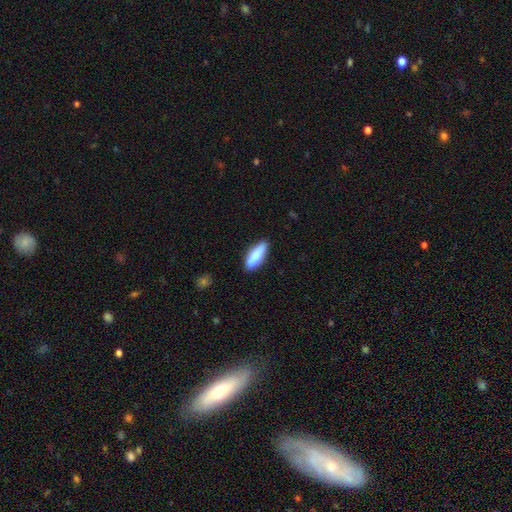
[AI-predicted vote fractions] Smooth or featured? Predicted: smooth (p=0.75). How rounded? Predicted: in between (p=0.56). Merging? Predicted: none (p=0.83).